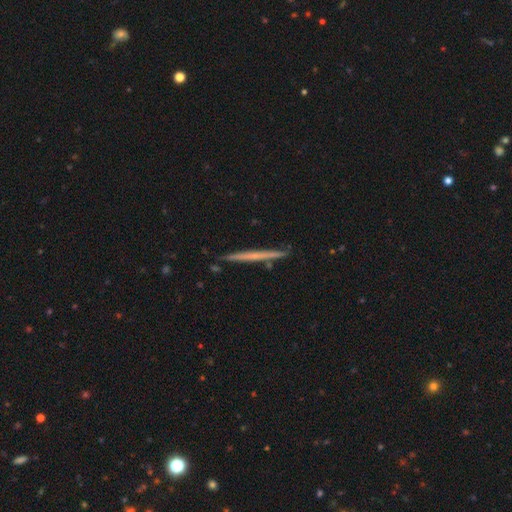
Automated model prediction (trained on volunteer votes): Overall: featured or disk (53%; smooth 40%). Edge-on disk: yes (98%). Edge-on bulge: none (86%). Merging: none (90%).